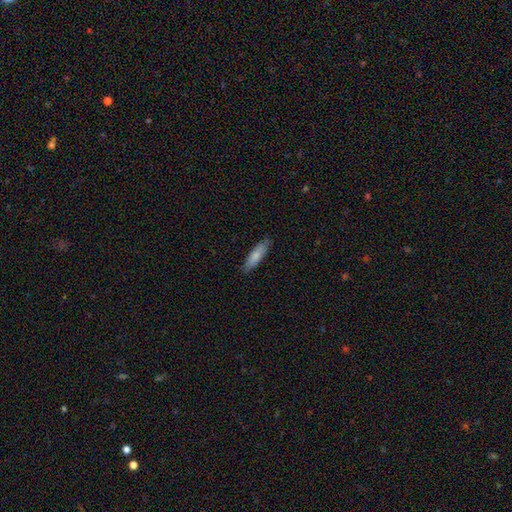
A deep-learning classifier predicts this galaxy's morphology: This appears to be a smooth galaxy with no disk features (80%) that is cigar-shaped (63%). Merging: none (84%).